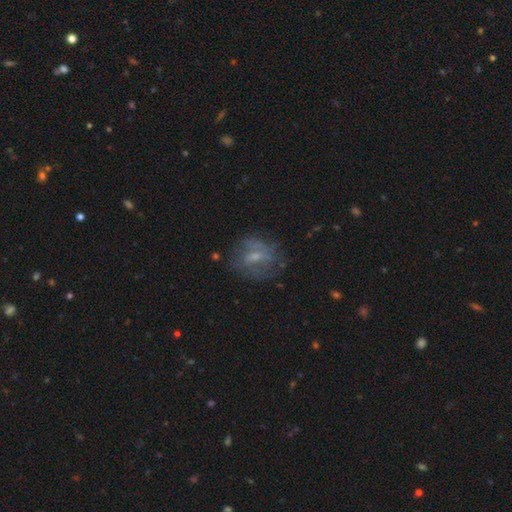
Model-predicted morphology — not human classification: Smooth or featured? featured or disk (54%)
Edge-on disk? no (94%)
Bar? weak (48%)
Spiral arms? yes (52%)
Bulge size? small (44%)
Merging? none (62%)